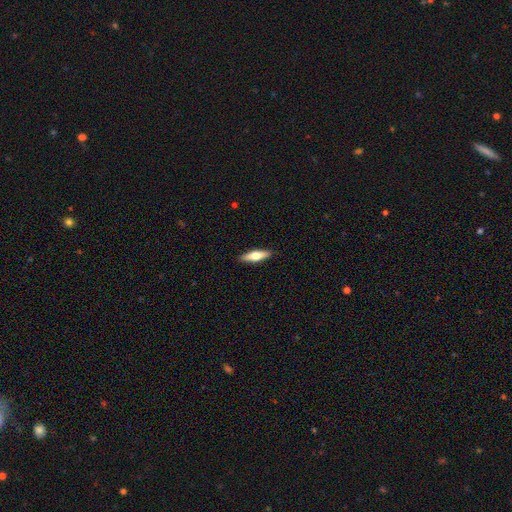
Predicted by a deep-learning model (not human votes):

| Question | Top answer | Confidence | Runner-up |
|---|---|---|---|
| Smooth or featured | smooth | 57% | featured or disk (37%) |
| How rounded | cigar-shaped | 61% | in between (37%) |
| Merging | none | 90% | minor disturbance (7%) |